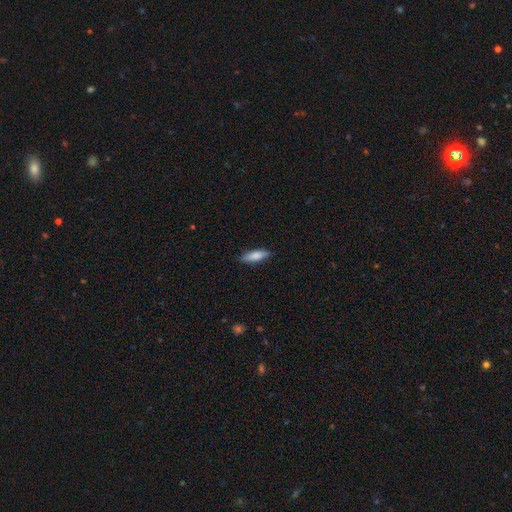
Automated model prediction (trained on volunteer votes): The model was most divided on "how rounded": cigar-shaped: 50%, in between: 48%, round: 2%. More confident: merging — none (86%); smooth or featured — smooth (82%).